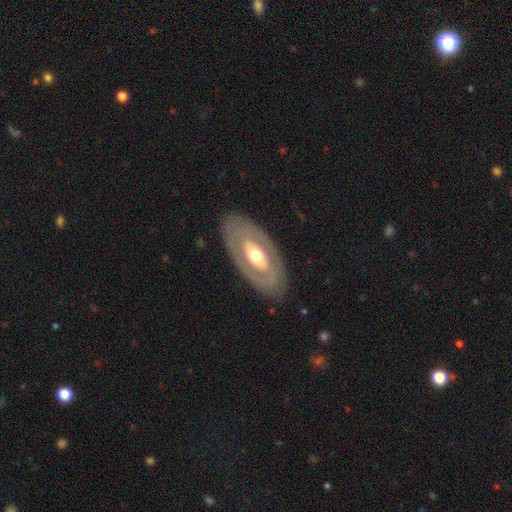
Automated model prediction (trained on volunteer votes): Smooth or featured: featured or disk — 65% (smooth — 31%)
Edge-on disk: no — 88% (yes — 12%)
Bar: no — 70% (weak — 18%)
Spiral arms: no — 80% (yes — 20%)
Bulge size: moderate — 67% (large — 16%)
Merging: none — 83% (minor disturbance — 11%)